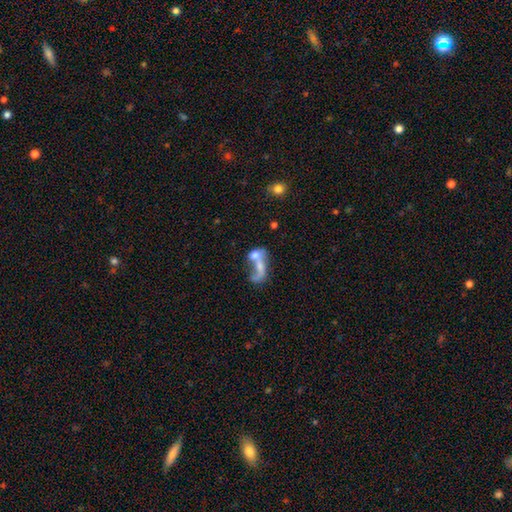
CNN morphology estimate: smooth_or_featured: smooth (p=0.49) [alt: featured or disk p=0.40]
merging: merger (p=0.66) [alt: major disturbance p=0.16]